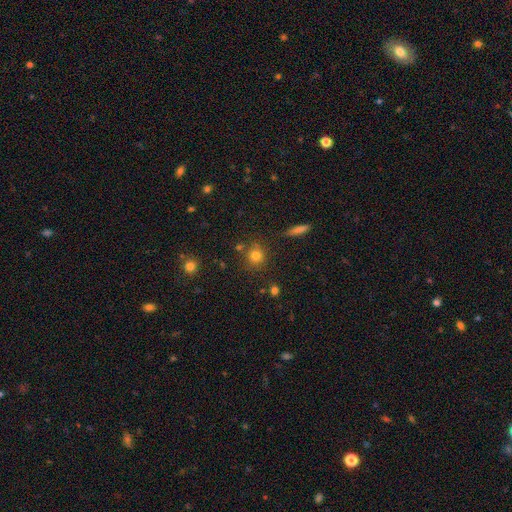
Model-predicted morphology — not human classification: Smooth or featured? smooth (77%)
How rounded? round (89%)
Merging? none (79%)